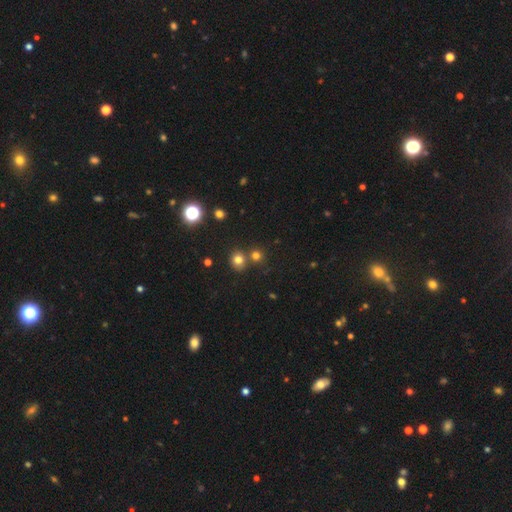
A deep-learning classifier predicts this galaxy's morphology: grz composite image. It shows a smooth galaxy with no disk features (71%) that is round (88%). Merging: none (66%).